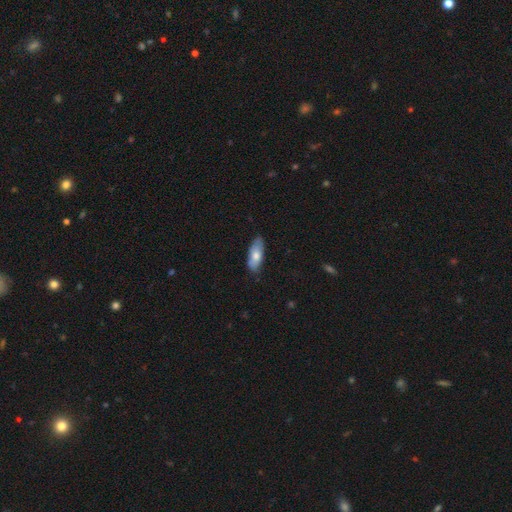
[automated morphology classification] smooth-or-featured: smooth: 73% | featured or disk: 21% | star or artifact: 6%
  how-rounded: in between: 73% | cigar-shaped: 25% | round: 2%
  merging: none: 79% | minor disturbance: 17% | major disturbance: 3% | merger: 1%